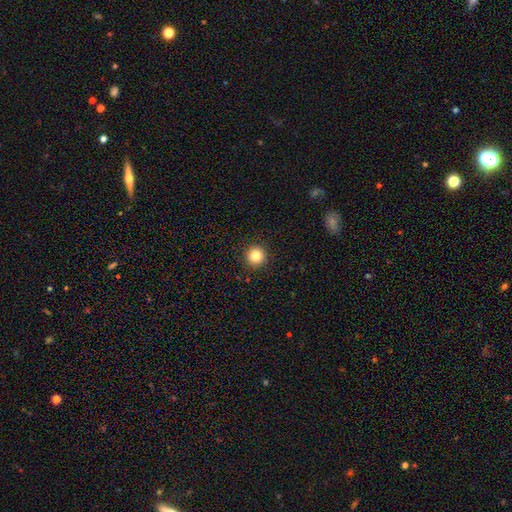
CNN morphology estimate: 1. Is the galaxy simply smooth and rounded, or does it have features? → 83% smooth, 11% star or artifact, 6% featured or disk.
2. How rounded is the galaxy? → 95% round, 4% in between, 1% cigar-shaped.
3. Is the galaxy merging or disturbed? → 93% none, 5% minor disturbance, 2% major disturbance, 1% merger.